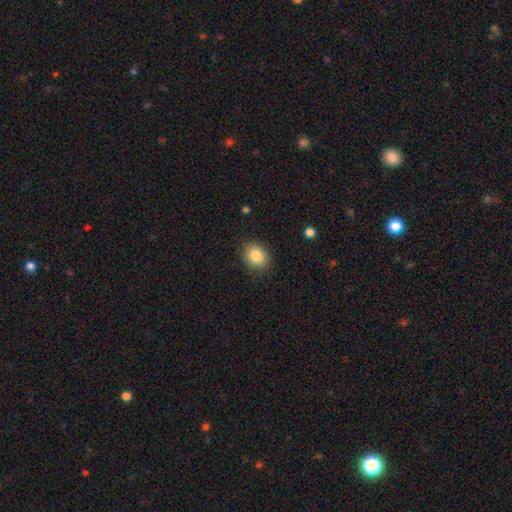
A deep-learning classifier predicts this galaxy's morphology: A smooth galaxy with no disk features (84%) that is round (55%).

Vote fractions:
- Smooth or featured? smooth: 84% / star or artifact: 9% / featured or disk: 7%
- How rounded? round: 55% / in between: 44% / cigar-shaped: 1%
- Merging? none: 86% / minor disturbance: 10% / major disturbance: 3% / merger: 1%